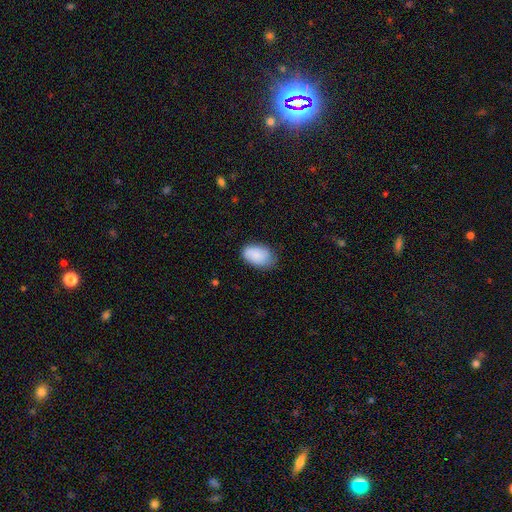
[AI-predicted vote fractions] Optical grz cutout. It shows a smooth galaxy with no disk features (85%) that is in between round and cigar-shaped (90%). Merging: none (71%).